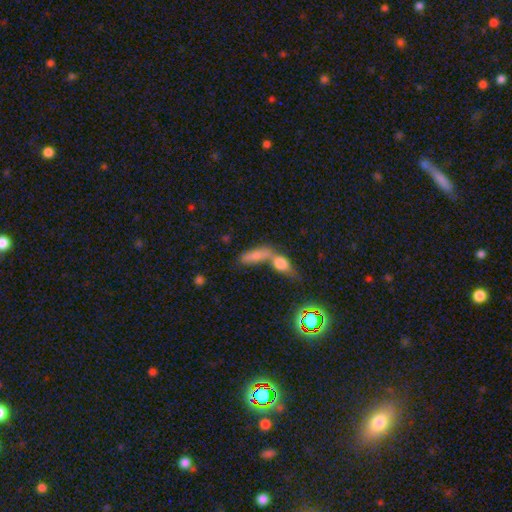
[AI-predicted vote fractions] smooth_or_featured: smooth (p=0.69) [alt: featured or disk p=0.20]
how_rounded: in between (p=0.63) [alt: cigar-shaped p=0.32]
merging: merger (p=0.64) [alt: none p=0.23]